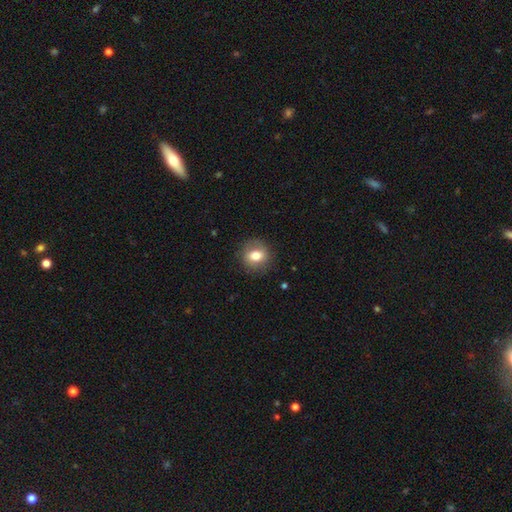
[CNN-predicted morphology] smooth_or_featured: smooth (p=0.74) [alt: featured or disk p=0.17]
how_rounded: round (p=0.73) [alt: in between p=0.26]
merging: none (p=0.85) [alt: minor disturbance p=0.11]